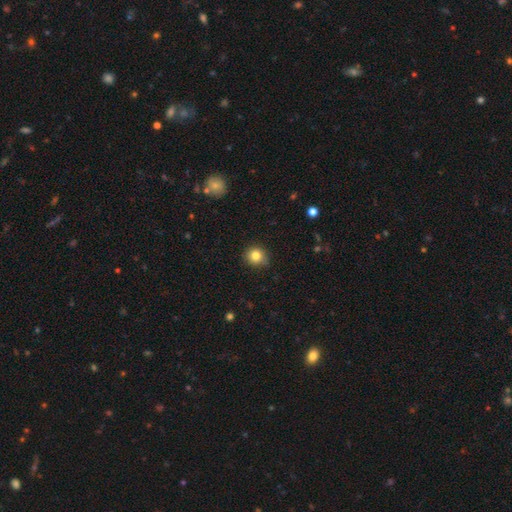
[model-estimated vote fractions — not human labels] The model was most divided on "merging": none: 83%, minor disturbance: 14%, major disturbance: 2%, merger: 1%. More confident: how rounded — round (86%); smooth or featured — smooth (82%).